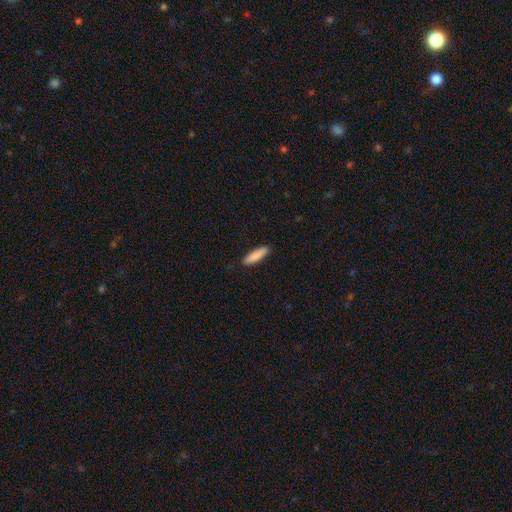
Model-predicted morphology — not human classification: This is clearly a smooth galaxy (86%). How rounded: likely cigar-shaped (74%). Merging: clearly none (89%).